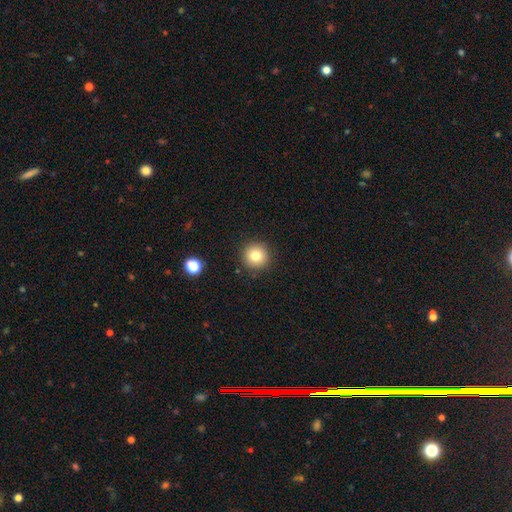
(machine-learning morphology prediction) Smooth or featured? Predicted: smooth (p=0.80). How rounded? Predicted: round (p=0.95). Merging? Predicted: none (p=0.90).